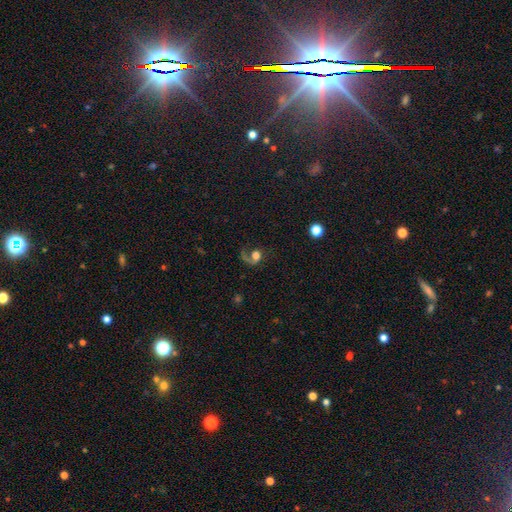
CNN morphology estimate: Smooth or featured: featured or disk — 55% (smooth — 34%)
Edge-on disk: no — 97% (yes — 3%)
Bar: no — 71% (weak — 23%)
Spiral arms: yes — 87% (no — 13%)
Bulge size: large — 38% (moderate — 33%)
Merging: major disturbance — 42% (none — 38%)